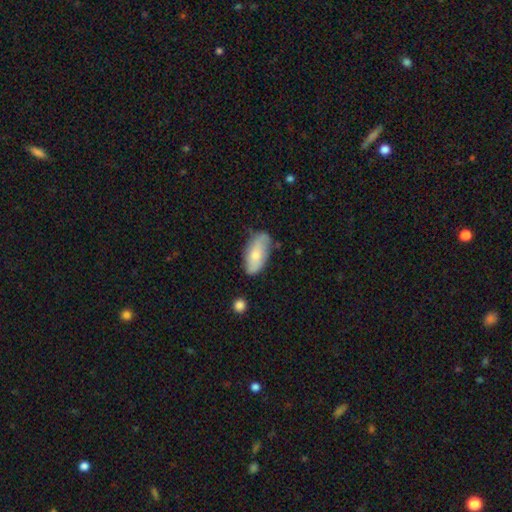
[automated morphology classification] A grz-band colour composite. It shows a smooth galaxy with no disk features (68%) that is in between round and cigar-shaped (91%). Merging: none (66%).